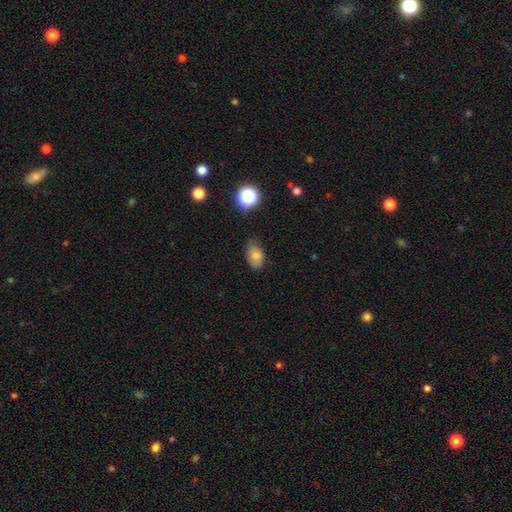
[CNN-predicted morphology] This is likely a smooth galaxy (78%). How rounded: clearly in between (85%). Merging: likely none (63%).